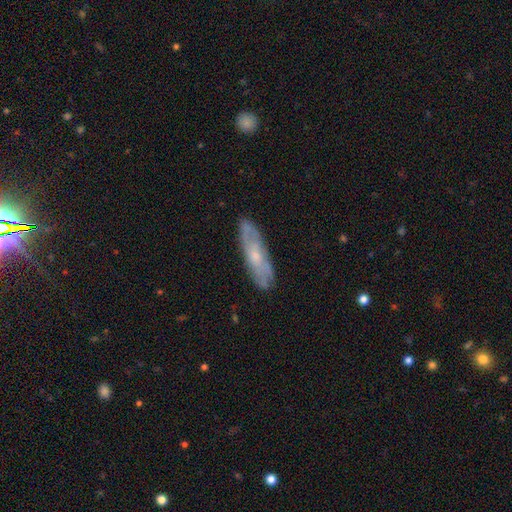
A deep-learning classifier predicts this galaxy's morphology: This appears to be a featured or disk galaxy (53%). Merging: none (82%).